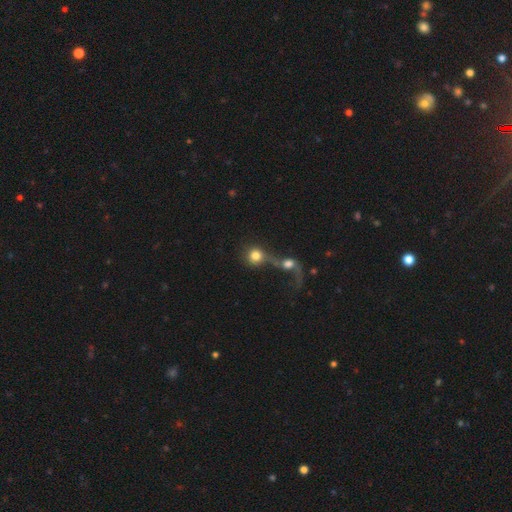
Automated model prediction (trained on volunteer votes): Smooth or featured?
  - smooth: 71% *
  - featured or disk: 19%
  - star or artifact: 10%
How rounded?
  - round: 88% *
  - in between: 10%
  - cigar-shaped: 2%
Merging?
  - merger: 65% *
  - none: 18%
  - major disturbance: 11%
  - minor disturbance: 6%